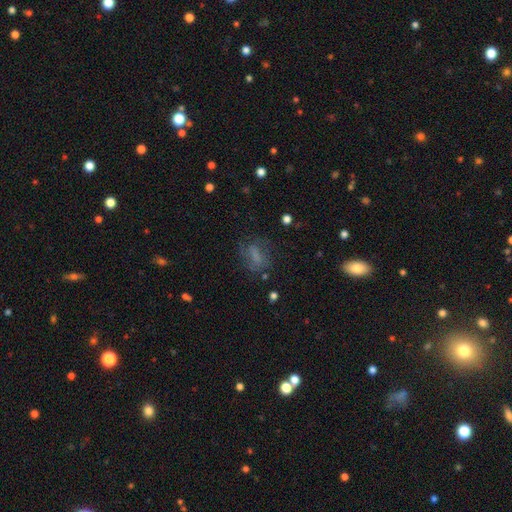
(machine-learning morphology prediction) This appears to be a smooth galaxy with no disk features (58%) that is in between round and cigar-shaped (68%). Merging: none (57%).